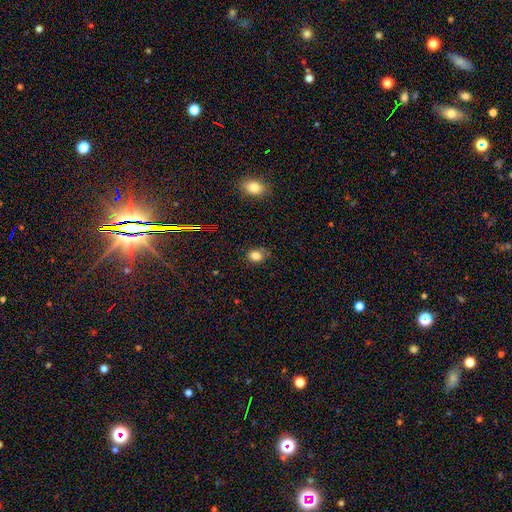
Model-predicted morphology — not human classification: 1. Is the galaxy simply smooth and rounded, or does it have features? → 81% smooth, 14% star or artifact, 6% featured or disk.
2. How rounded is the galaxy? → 50% in between, 49% round, 1% cigar-shaped.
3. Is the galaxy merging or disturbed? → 70% none, 22% minor disturbance, 5% major disturbance, 2% merger.